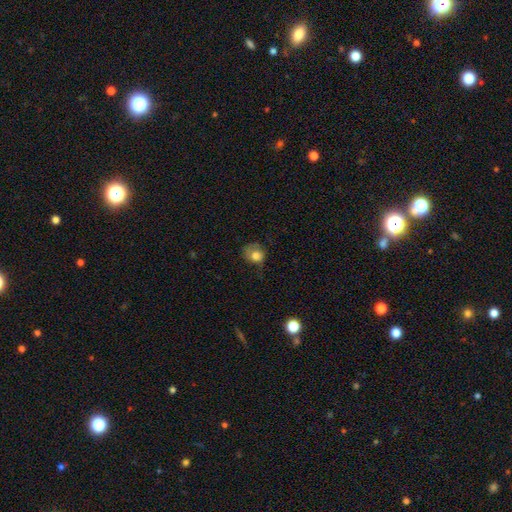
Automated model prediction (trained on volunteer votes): Morphology: type=smooth (76%); roundness=round (68%); merging=none (41%).